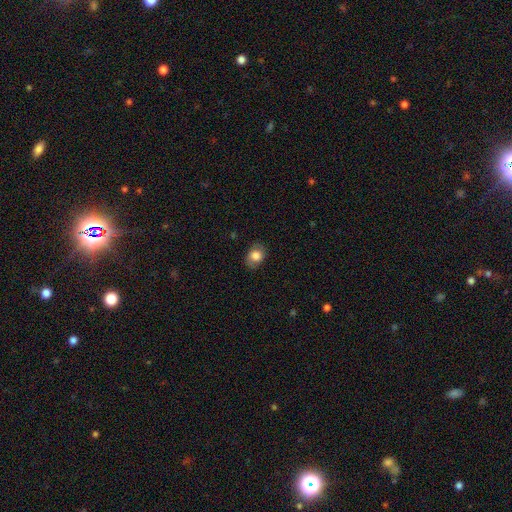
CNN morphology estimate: Smooth or featured? Predicted: smooth (p=0.79). How rounded? Predicted: in between (p=0.62). Merging? Predicted: none (p=0.79).